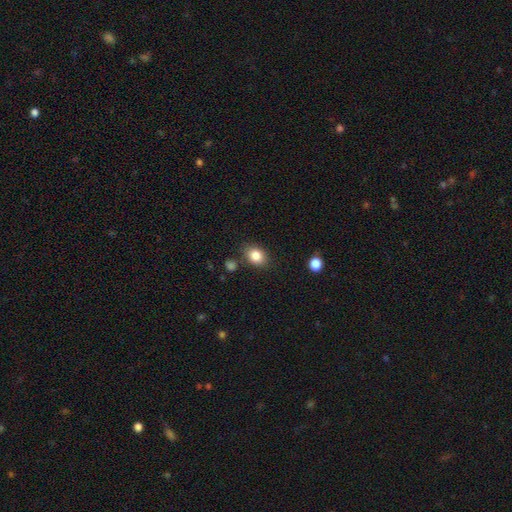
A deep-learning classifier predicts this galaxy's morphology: smooth_or_featured: smooth (p=0.84) [alt: star or artifact p=0.09]
how_rounded: in between (p=0.62) [alt: round p=0.37]
merging: none (p=0.80) [alt: minor disturbance p=0.13]